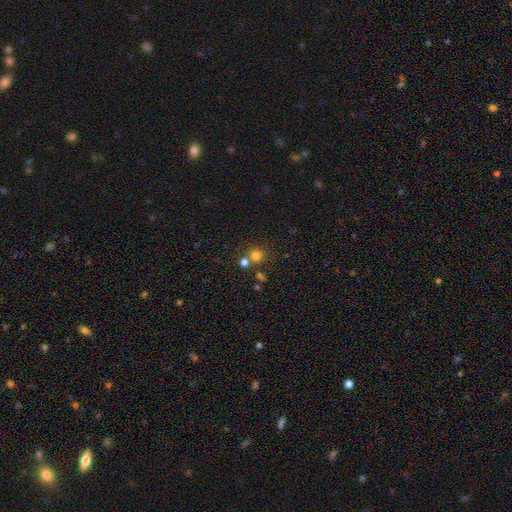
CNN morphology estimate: The model was most divided on "merging": none: 63%, merger: 26%, minor disturbance: 7%, major disturbance: 3%. More confident: how rounded — round (89%); smooth or featured — smooth (74%).